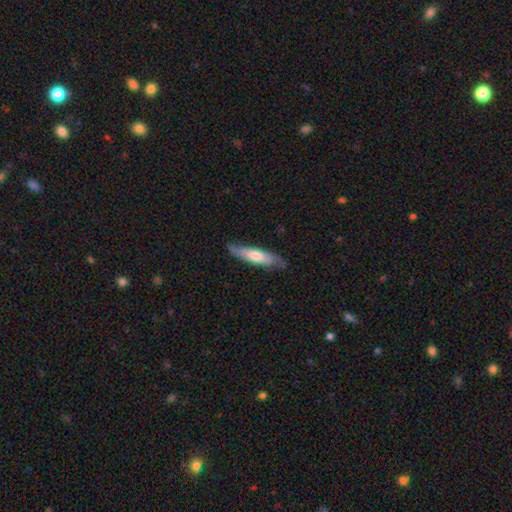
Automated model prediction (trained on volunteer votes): This is possibly a smooth galaxy (48%). Merging: likely none (75%).